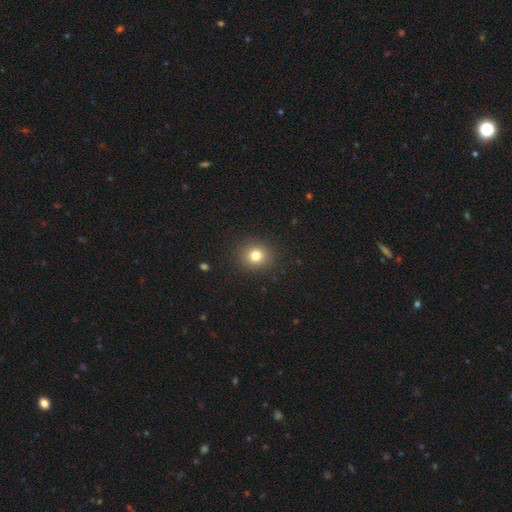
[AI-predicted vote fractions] This is likely a smooth galaxy (79%). How rounded: clearly round (86%). Merging: clearly none (91%).